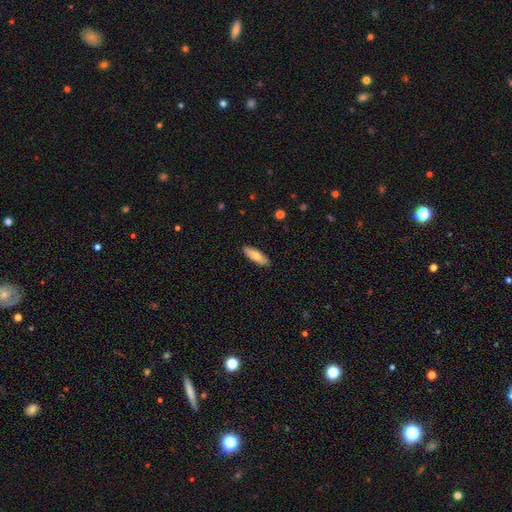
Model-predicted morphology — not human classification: Smooth or featured? smooth (76%)
How rounded? in between (51%)
Merging? none (89%)